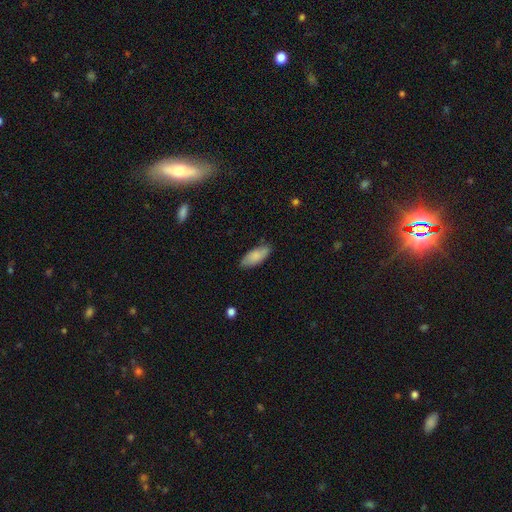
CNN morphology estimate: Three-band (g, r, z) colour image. It shows a smooth galaxy with no disk features (84%) that is in between round and cigar-shaped (82%). Merging: none (80%).